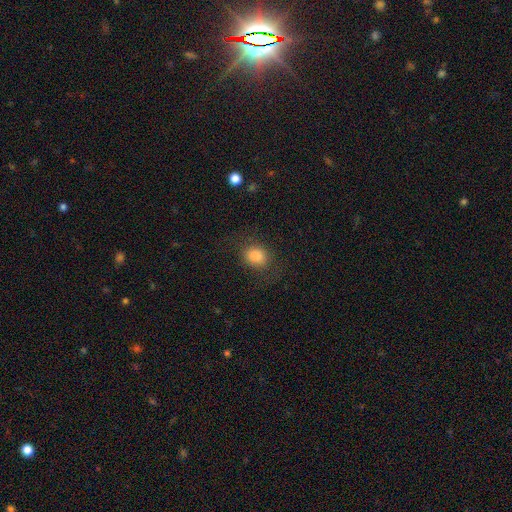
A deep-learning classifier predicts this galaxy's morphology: A smooth galaxy with no disk features (82%) that is in between round and cigar-shaped (52%). Merging: none (72%).